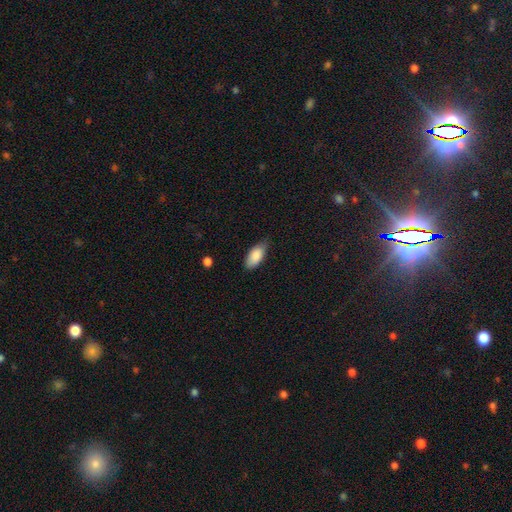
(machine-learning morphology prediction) Q: Smooth or featured?
A: smooth (87%); runner-up: featured or disk (7%)
Q: How rounded?
A: in between (91%); runner-up: cigar-shaped (7%)
Q: Merging?
A: none (68%); runner-up: minor disturbance (27%)